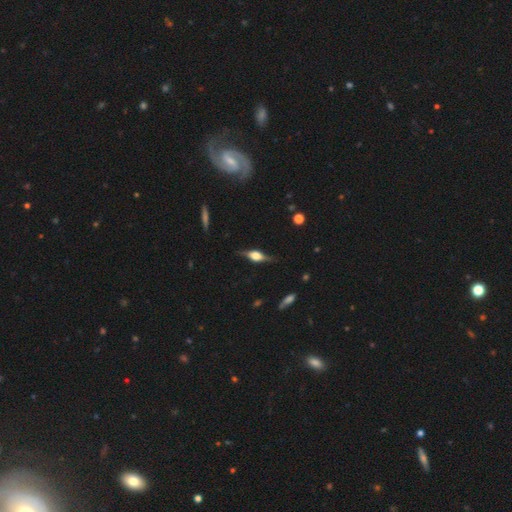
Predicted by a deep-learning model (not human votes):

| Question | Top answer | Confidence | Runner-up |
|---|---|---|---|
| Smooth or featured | featured or disk | 71% | smooth (22%) |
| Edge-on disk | yes | 94% | no (6%) |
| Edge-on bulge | rounded | 88% | boxy (11%) |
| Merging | none | 80% | minor disturbance (15%) |